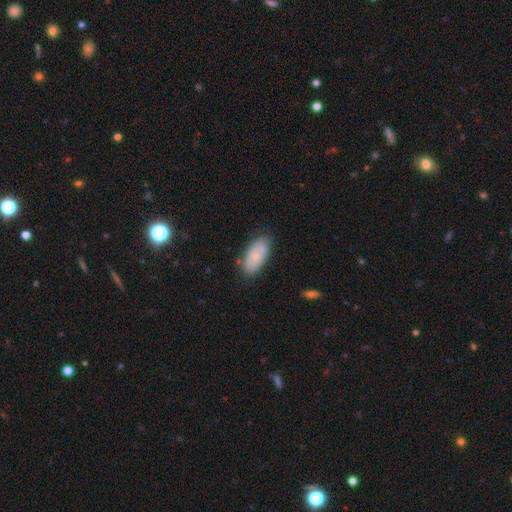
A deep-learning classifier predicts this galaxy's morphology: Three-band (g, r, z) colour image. It shows a smooth galaxy with no disk features (71%) that is in between round and cigar-shaped (92%). Merging: none (76%).